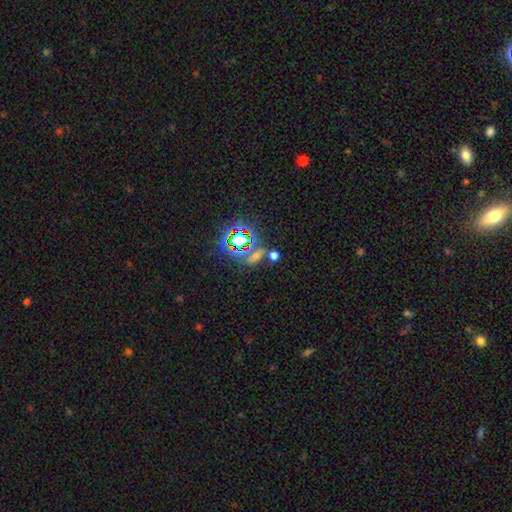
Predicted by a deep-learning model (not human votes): Smooth or featured: star or artifact — 61% (smooth — 26%)